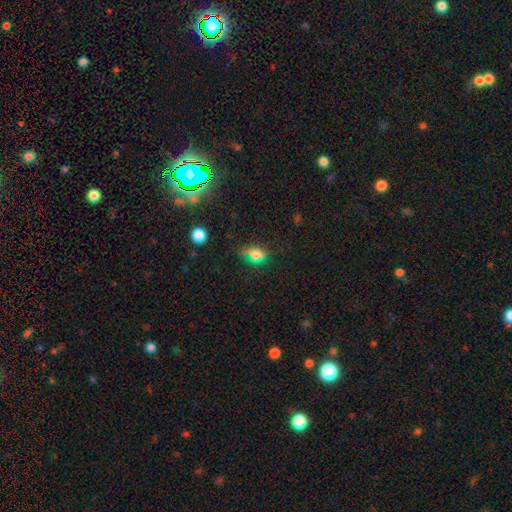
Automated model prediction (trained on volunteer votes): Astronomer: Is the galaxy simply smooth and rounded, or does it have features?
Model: smooth — 60%.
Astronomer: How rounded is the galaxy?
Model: in between — 48% (runner-up: round, 45%).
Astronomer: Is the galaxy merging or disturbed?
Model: none — 72%.